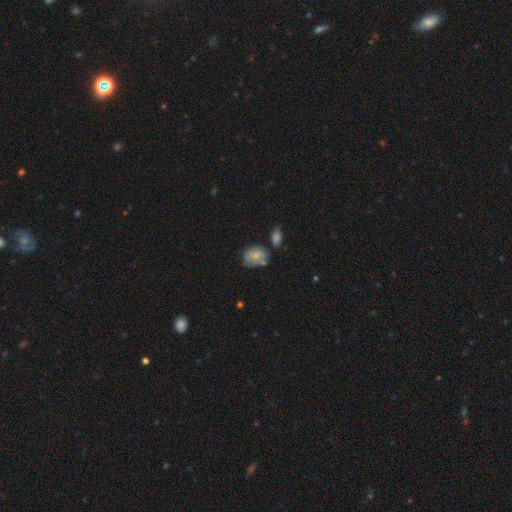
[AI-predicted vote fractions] Overall: smooth (71%). How rounded: in between (65%; round 34%). Merging: none (47%; minor disturbance 30%).